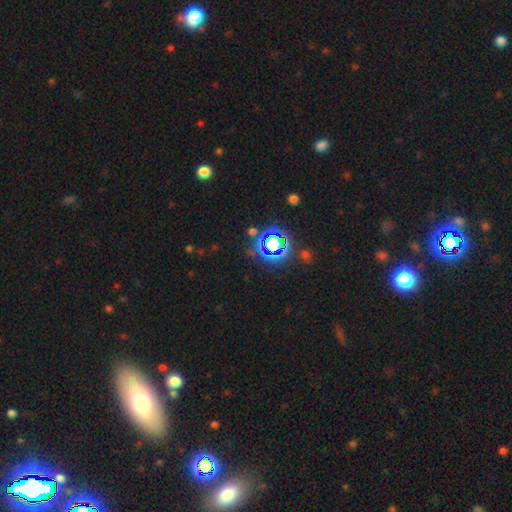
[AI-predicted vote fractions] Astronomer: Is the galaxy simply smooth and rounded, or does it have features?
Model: star or artifact — 50% (runner-up: smooth, 32%).